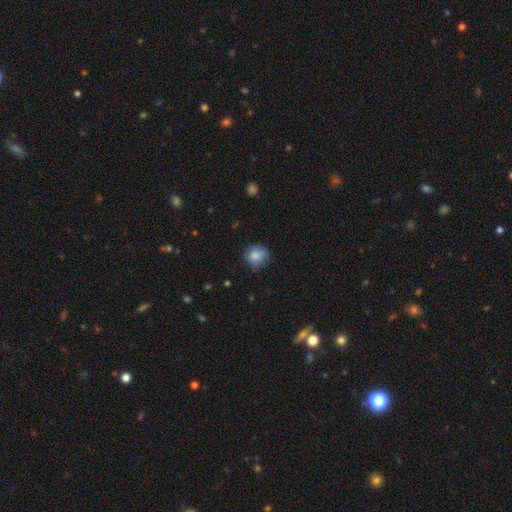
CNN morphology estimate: smooth-or-featured: smooth: 81% | featured or disk: 10% | star or artifact: 9%
  how-rounded: round: 78% | in between: 21% | cigar-shaped: 1%
  merging: none: 68% | minor disturbance: 25% | major disturbance: 6% | merger: 1%